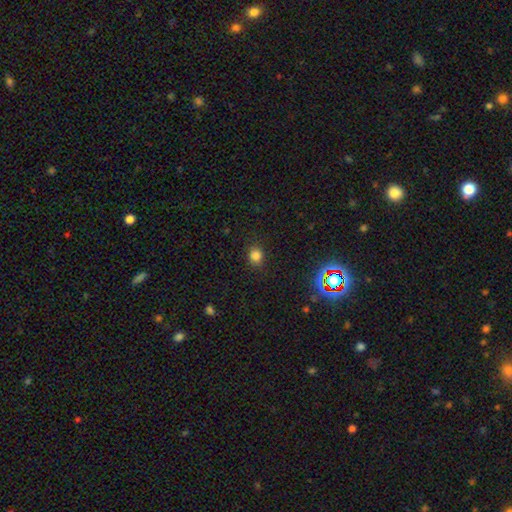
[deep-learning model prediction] Smooth or featured: smooth — 80% (star or artifact — 15%)
How rounded: round — 74% (in between — 25%)
Merging: none — 88% (minor disturbance — 8%)